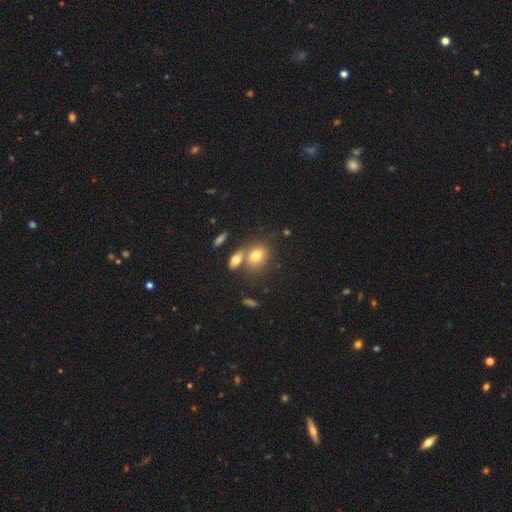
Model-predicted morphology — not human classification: smooth-or-featured: smooth: 75% | featured or disk: 15% | star or artifact: 10%
  how-rounded: in between: 57% | round: 41% | cigar-shaped: 2%
  merging: none: 51% | merger: 34% | minor disturbance: 11% | major disturbance: 4%